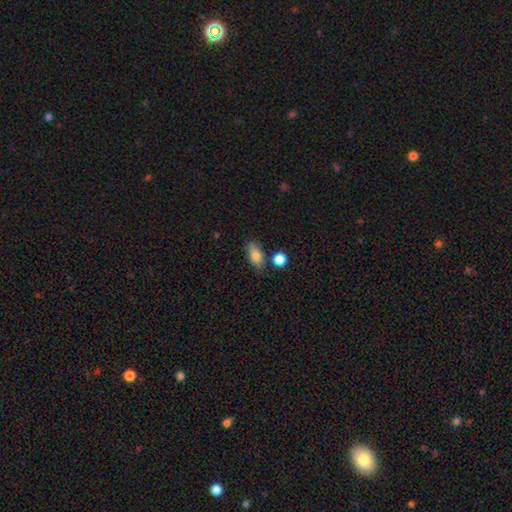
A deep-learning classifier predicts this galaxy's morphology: This appears to be a smooth galaxy with no disk features (81%) that is in between round and cigar-shaped (85%). Merging: none (75%).